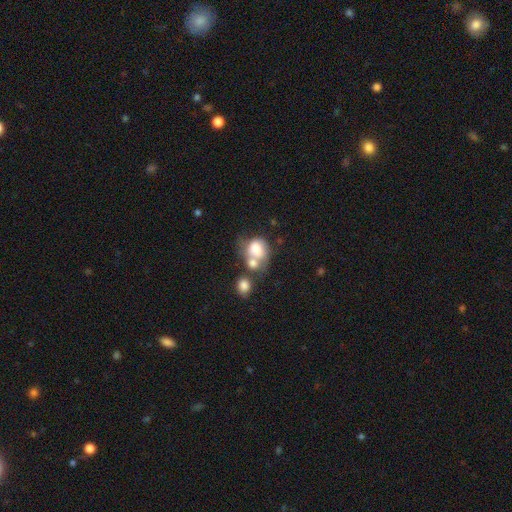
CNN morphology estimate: smooth_or_featured: smooth (p=0.69) [alt: featured or disk p=0.21]
how_rounded: round (p=0.52) [alt: in between p=0.47]
merging: merger (p=0.57) [alt: none p=0.21]